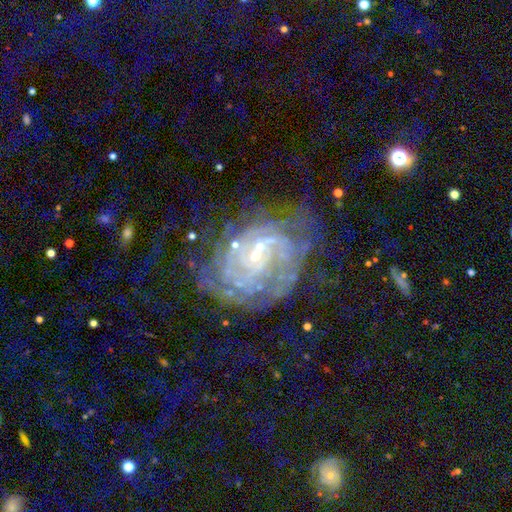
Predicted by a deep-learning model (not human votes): Q: Smooth or featured?
A: featured or disk (82%); runner-up: star or artifact (9%)
Q: Edge-on disk?
A: no (97%); runner-up: yes (3%)
Q: Bar?
A: no (62%); runner-up: weak (30%)
Q: Spiral arms?
A: yes (87%); runner-up: no (13%)
Q: Spiral winding?
A: tight (66%); runner-up: medium (25%)
Q: Spiral arm count?
A: can't tell (45%); runner-up: 2 (18%)
Q: Bulge size?
A: small (77%); runner-up: moderate (14%)
Q: Merging?
A: none (52%); runner-up: minor disturbance (21%)